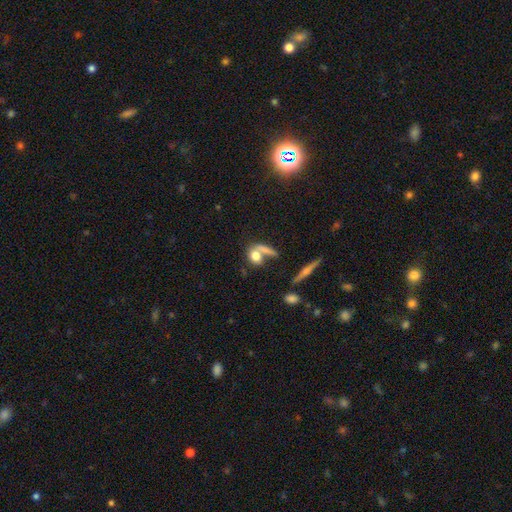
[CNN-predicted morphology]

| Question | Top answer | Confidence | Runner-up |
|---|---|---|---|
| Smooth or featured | smooth | 68% | featured or disk (21%) |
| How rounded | in between | 46% | round (45%) |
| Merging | none | 39% | merger (36%) |